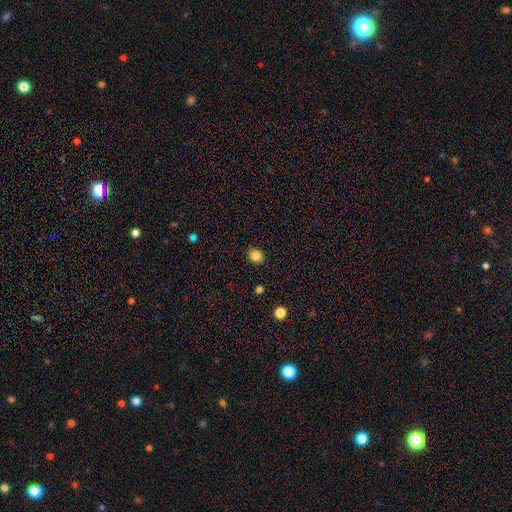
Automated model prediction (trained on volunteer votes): smooth 84%, star or artifact 11%, featured or disk 5%. Down the decision tree: how rounded — round (61%); merging — none (86%).